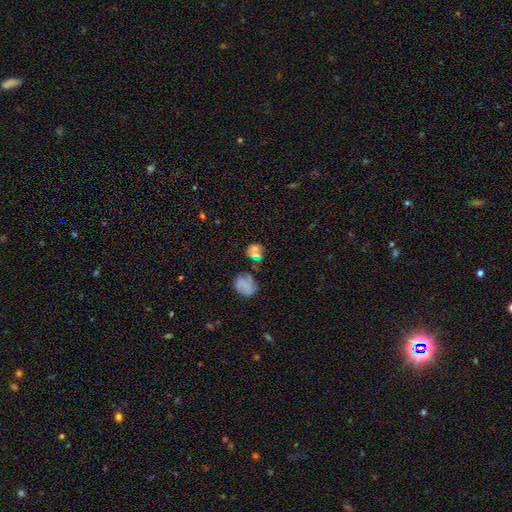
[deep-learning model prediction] smooth 56%, featured or disk 25%, star or artifact 19%. Down the decision tree: how rounded — round (65%); merging — none (44%).